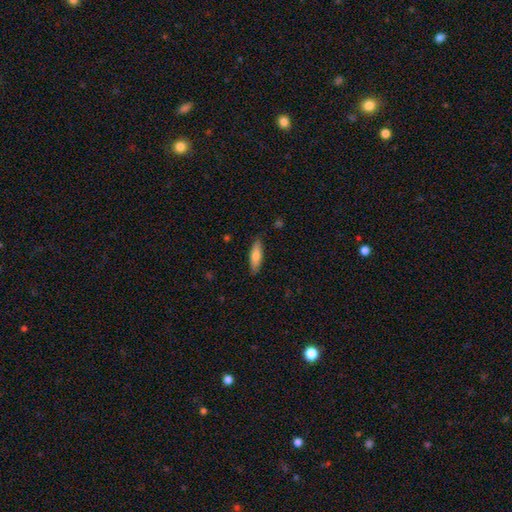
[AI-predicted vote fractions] This appears to be a smooth galaxy with no disk features (76%) that is cigar-shaped (53%). Merging: none (86%).